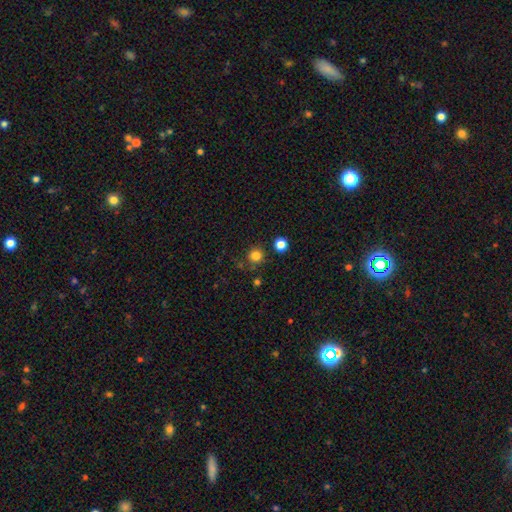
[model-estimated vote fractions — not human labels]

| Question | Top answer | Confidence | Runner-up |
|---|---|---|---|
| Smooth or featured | smooth | 80% | star or artifact (15%) |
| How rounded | round | 95% | in between (4%) |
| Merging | none | 84% | minor disturbance (8%) |